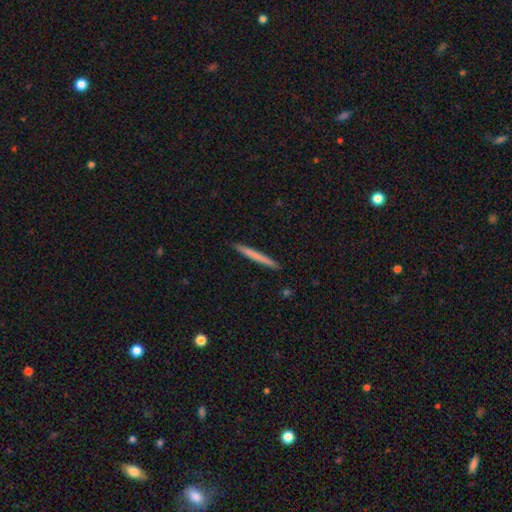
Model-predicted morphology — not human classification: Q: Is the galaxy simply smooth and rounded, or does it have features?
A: smooth — 67%.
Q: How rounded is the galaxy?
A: cigar-shaped — 97%.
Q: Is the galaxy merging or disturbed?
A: none — 92%.